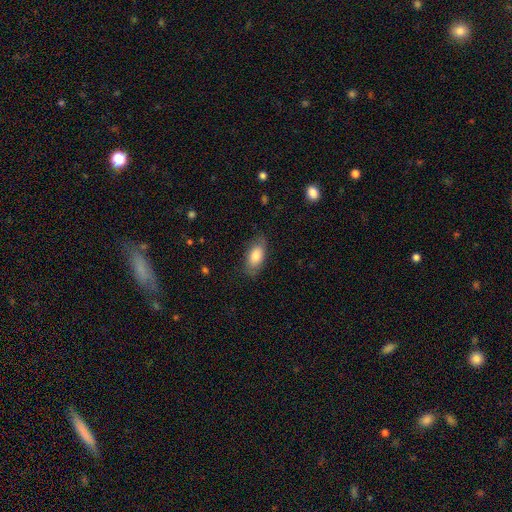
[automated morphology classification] smooth_or_featured: smooth (p=0.79) [alt: featured or disk p=0.15]
how_rounded: in between (p=0.89) [alt: cigar-shaped p=0.07]
merging: none (p=0.79) [alt: minor disturbance p=0.16]